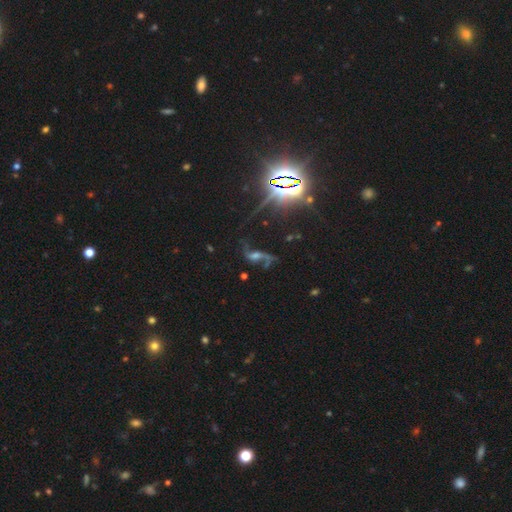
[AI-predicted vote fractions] The model was most divided on "bulge size": moderate: 41%, small: 27%, none: 17%, large: 12%, dominant: 3%. More confident: edge-on disk — no (92%); spiral arms — yes (92%); spiral arm count — 2 (89%); spiral winding — loose (84%); smooth or featured — featured or disk (71%); merging — none (60%); bar — no (51%).